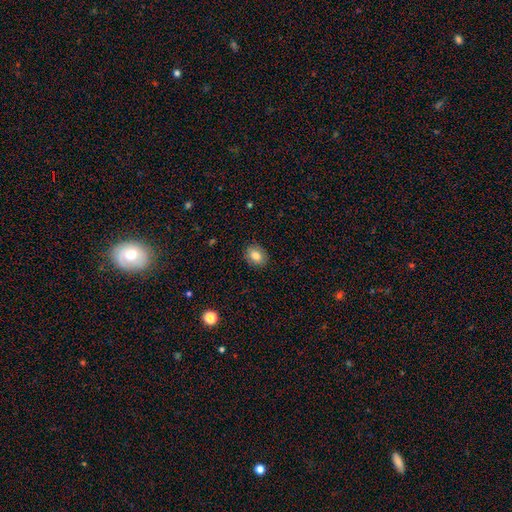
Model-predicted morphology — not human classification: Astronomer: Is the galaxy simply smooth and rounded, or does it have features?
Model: smooth — 81%.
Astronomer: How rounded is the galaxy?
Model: in between — 58% (runner-up: round, 41%).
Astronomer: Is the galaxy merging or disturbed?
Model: none — 87%.